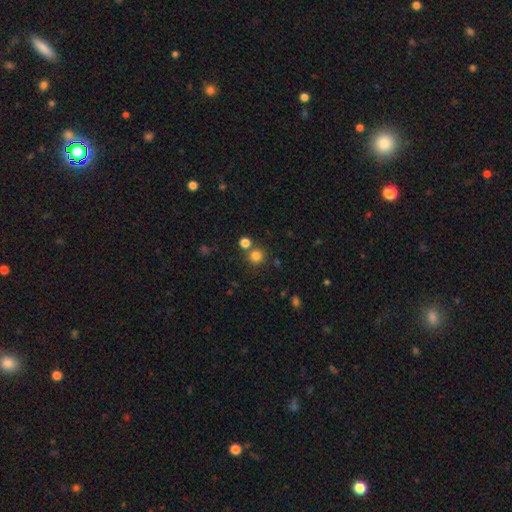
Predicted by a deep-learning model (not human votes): A smooth galaxy with no disk features (79%) that is round (93%).

Vote fractions:
- Smooth or featured? smooth: 79% / star or artifact: 15% / featured or disk: 6%
- How rounded? round: 93% / in between: 7% / cigar-shaped: 1%
- Merging? none: 73% / merger: 17% / minor disturbance: 7% / major disturbance: 3%